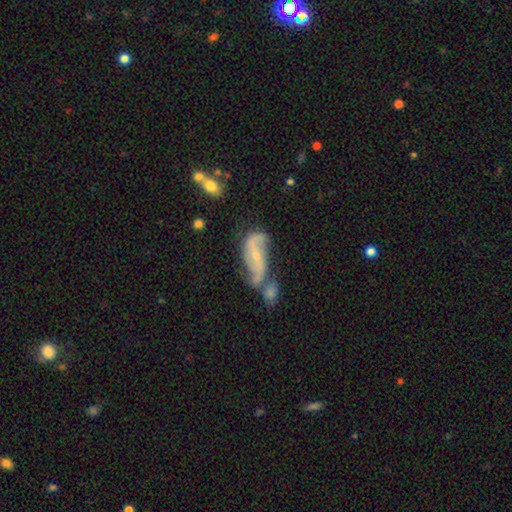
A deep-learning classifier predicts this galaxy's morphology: smooth_or_featured: featured or disk (p=0.78) [alt: smooth p=0.15]
disk_edge_on: no (p=0.94) [alt: yes p=0.06]
bar: no (p=0.48) [alt: weak p=0.37]
has_spiral_arms: yes (p=0.91) [alt: no p=0.09]
spiral_winding: loose (p=0.48) [alt: medium p=0.35]
spiral_arm_count: 2 (p=0.81) [alt: can't tell p=0.08]
bulge_size: small (p=0.71) [alt: moderate p=0.22]
merging: merger (p=0.40) [alt: none p=0.29]